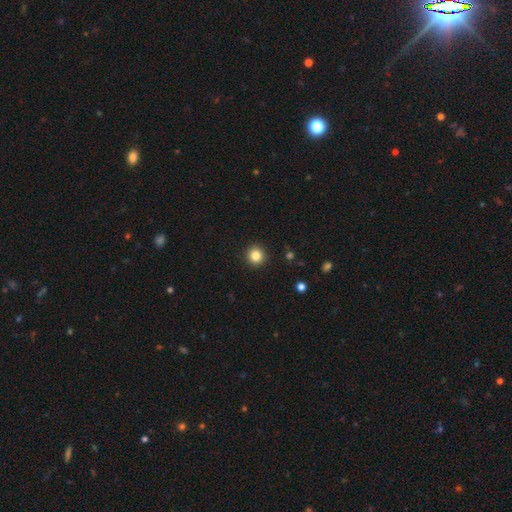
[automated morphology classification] A smooth galaxy with no disk features (84%) that is round (93%). Merging: none (93%).